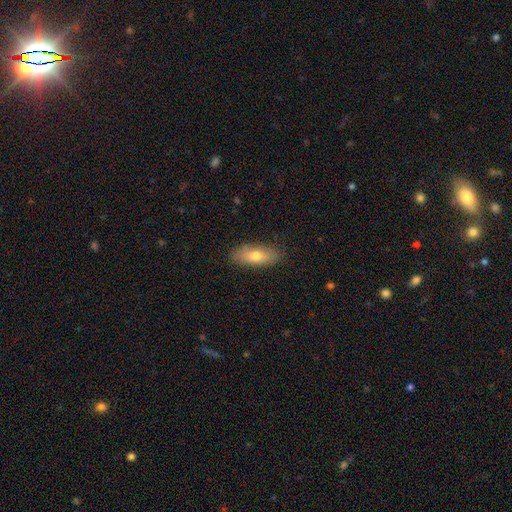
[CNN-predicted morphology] smooth 70%, featured or disk 23%, star or artifact 7%. Down the decision tree: how rounded — in between (73%); merging — none (86%).